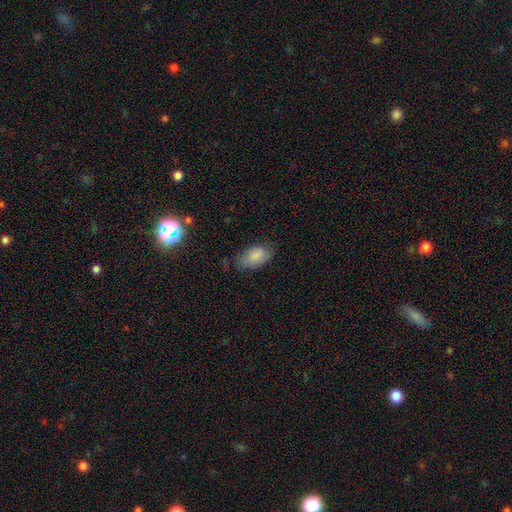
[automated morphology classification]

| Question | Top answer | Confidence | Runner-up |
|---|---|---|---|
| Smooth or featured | smooth | 83% | featured or disk (9%) |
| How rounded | in between | 93% | round (5%) |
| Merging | none | 58% | minor disturbance (32%) |